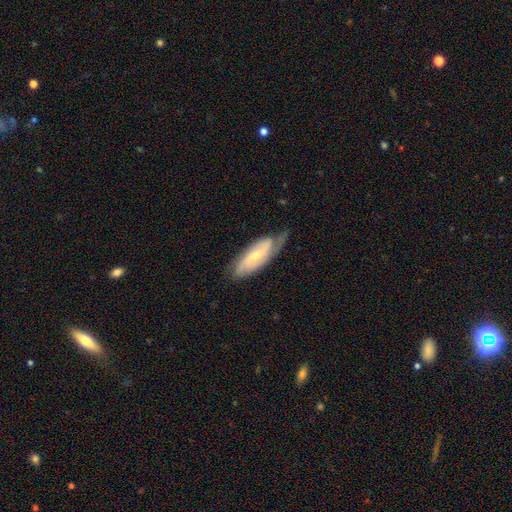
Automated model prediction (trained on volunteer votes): featured or disk 72%, smooth 22%, star or artifact 6%. Down the decision tree: edge-on disk — no (88%); bar — no (41%); spiral arms — yes (92%); spiral arm count — 2 (65%); spiral winding — medium (42%); bulge size — small (62%); merging — none (61%).